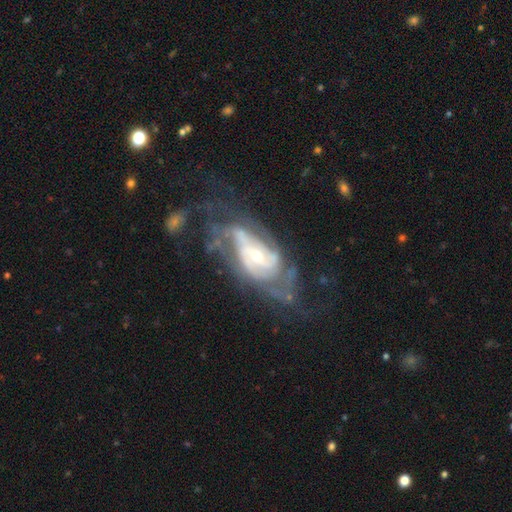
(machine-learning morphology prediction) Overall: featured or disk (87%). Edge-on disk: no (95%). Bar: weak (45%; no 34%). Spiral arms: yes (93%). Spiral arm count: 2 (41%; can't tell 30%). Spiral winding: tight (48%; medium 39%). Bulge size: moderate (49%; small 44%). Merging: none (45%; major disturbance 28%).